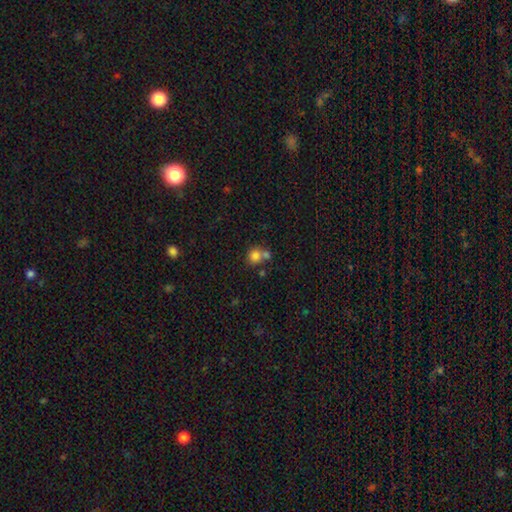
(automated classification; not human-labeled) This is likely a smooth galaxy (80%). How rounded: clearly round (83%). Merging: possibly none (47%).